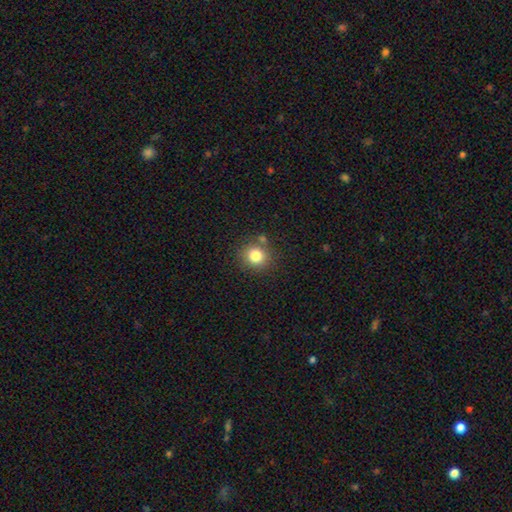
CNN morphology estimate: smooth 82%, star or artifact 12%, featured or disk 7%. Down the decision tree: how rounded — round (86%); merging — none (77%).